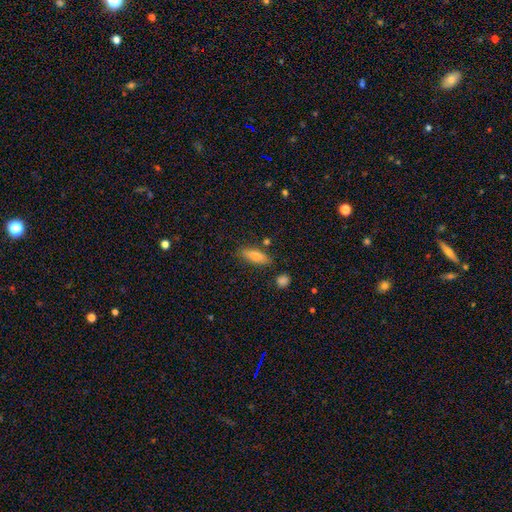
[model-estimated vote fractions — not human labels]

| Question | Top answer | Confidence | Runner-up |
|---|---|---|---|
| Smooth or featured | smooth | 72% | featured or disk (19%) |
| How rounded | in between | 55% | cigar-shaped (42%) |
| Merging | none | 82% | minor disturbance (12%) |